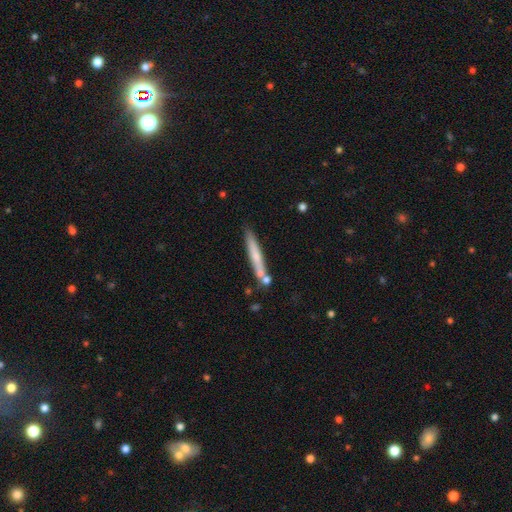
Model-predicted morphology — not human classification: This is possibly a smooth galaxy (58%). How rounded: clearly cigar-shaped (95%). Merging: likely none (74%).